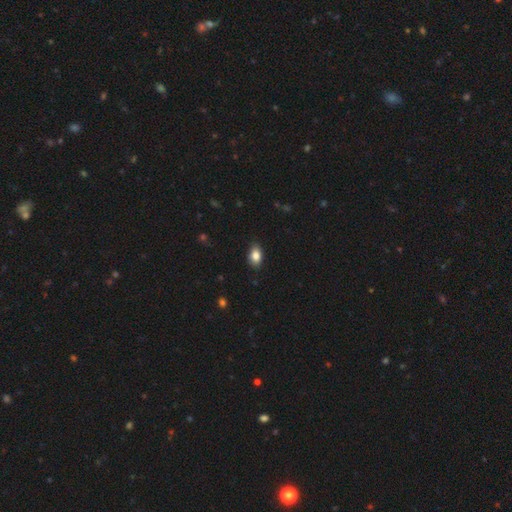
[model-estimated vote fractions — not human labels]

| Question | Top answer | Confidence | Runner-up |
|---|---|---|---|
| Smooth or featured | smooth | 84% | star or artifact (8%) |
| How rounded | in between | 88% | round (10%) |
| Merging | none | 85% | minor disturbance (12%) |